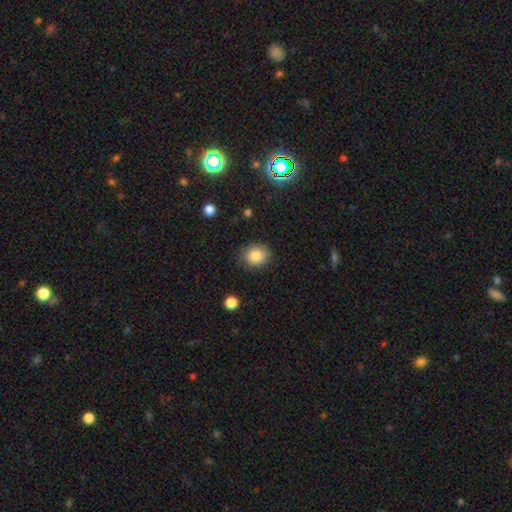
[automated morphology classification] Smooth or featured: smooth — 85% (star or artifact — 9%)
How rounded: round — 64% (in between — 35%)
Merging: none — 81% (minor disturbance — 14%)